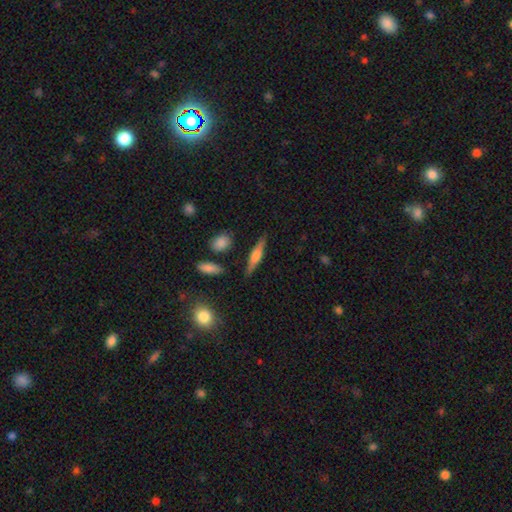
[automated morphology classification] Smooth or featured: featured or disk — 52% (smooth — 41%)
Edge-on disk: yes — 95% (no — 5%)
Merging: none — 84% (minor disturbance — 10%)